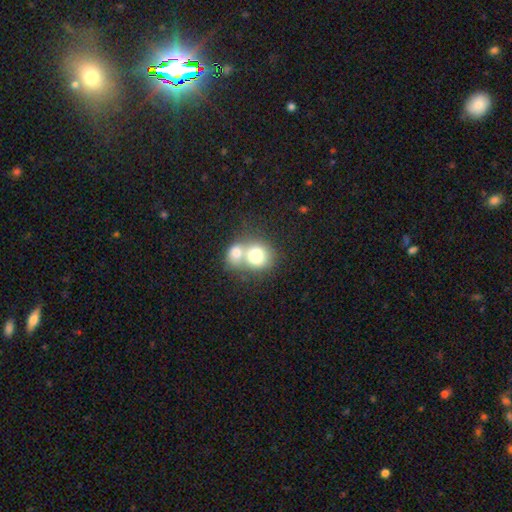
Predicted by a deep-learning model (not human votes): The model was most divided on "merging": merger: 66%, none: 24%, minor disturbance: 6%, major disturbance: 3%. More confident: smooth or featured — smooth (73%); how rounded — round (72%).